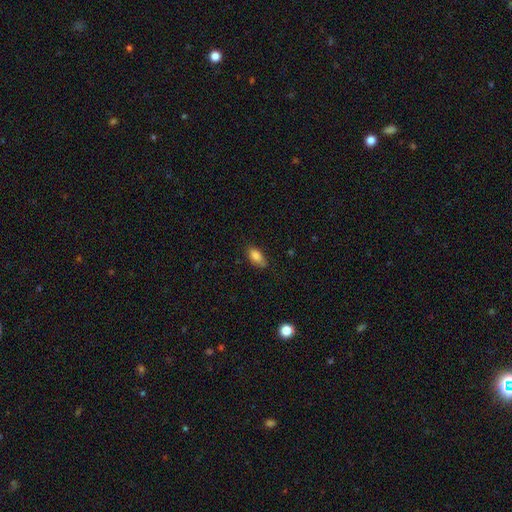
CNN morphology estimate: This appears to be a smooth galaxy with no disk features (85%) that is in between round and cigar-shaped (89%). Merging: none (69%).